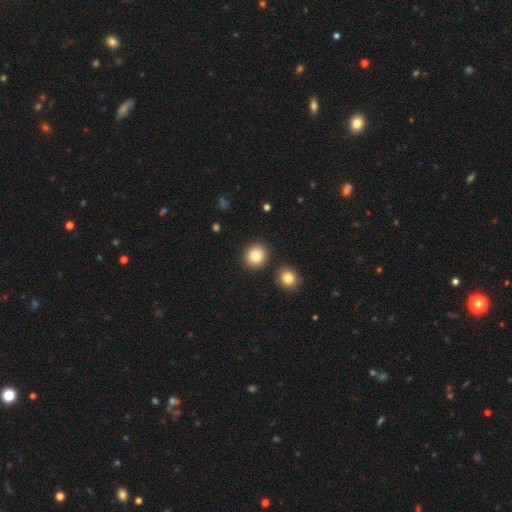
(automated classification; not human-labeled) smooth 83%, star or artifact 9%, featured or disk 7%. Down the decision tree: how rounded — round (87%); merging — none (87%).